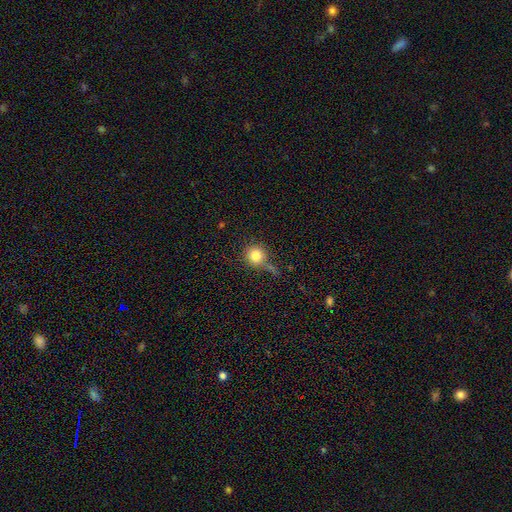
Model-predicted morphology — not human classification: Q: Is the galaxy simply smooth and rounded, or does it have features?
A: smooth — 81%.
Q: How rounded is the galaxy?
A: round — 93%.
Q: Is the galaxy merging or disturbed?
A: none — 64%.